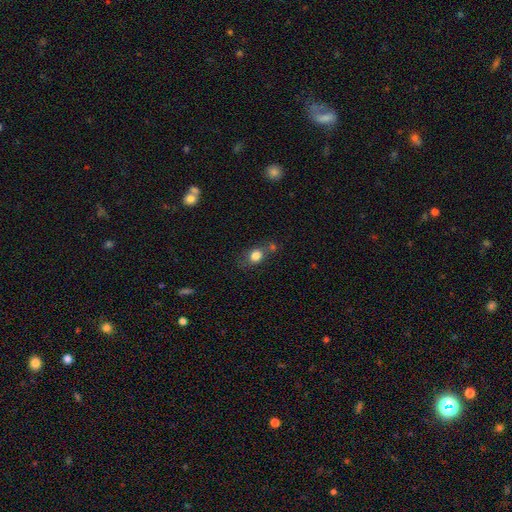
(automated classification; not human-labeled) Q: Smooth or featured?
A: smooth (80%); runner-up: star or artifact (10%)
Q: How rounded?
A: round (55%); runner-up: in between (43%)
Q: Merging?
A: none (53%); runner-up: merger (19%)